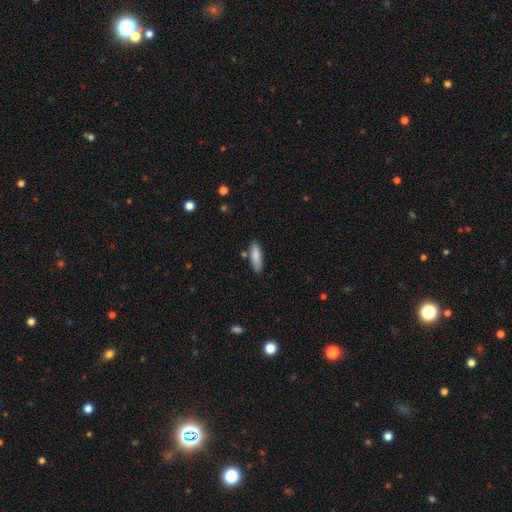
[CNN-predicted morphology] The model was most divided on "how rounded": cigar-shaped: 51%, in between: 48%, round: 2%. More confident: smooth or featured — smooth (85%); merging — none (80%).